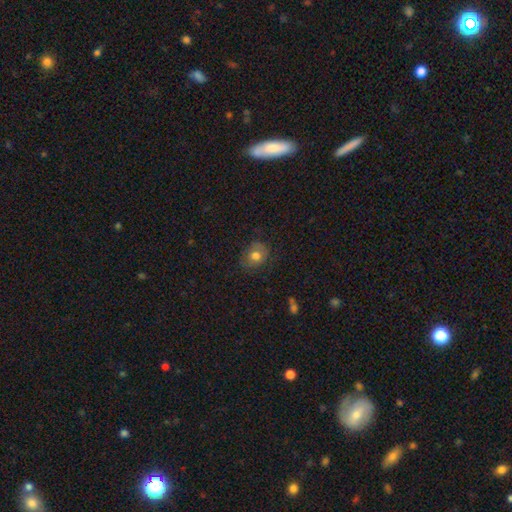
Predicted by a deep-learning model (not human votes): Overall: smooth (69%). How rounded: round (58%; in between 41%). Merging: none (74%).